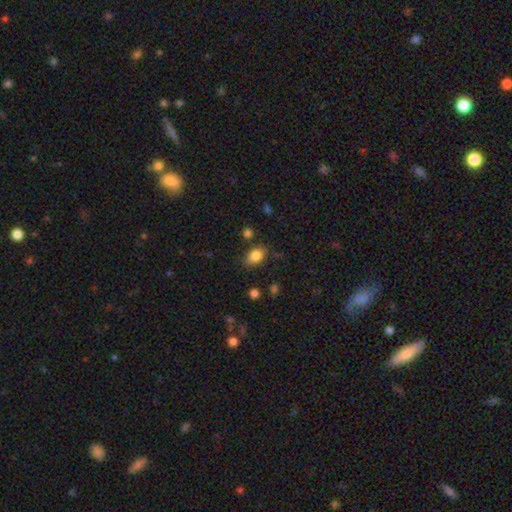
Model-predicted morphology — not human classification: Smooth or featured: smooth — 85% (star or artifact — 9%)
How rounded: in between — 83% (round — 16%)
Merging: none — 78% (minor disturbance — 14%)